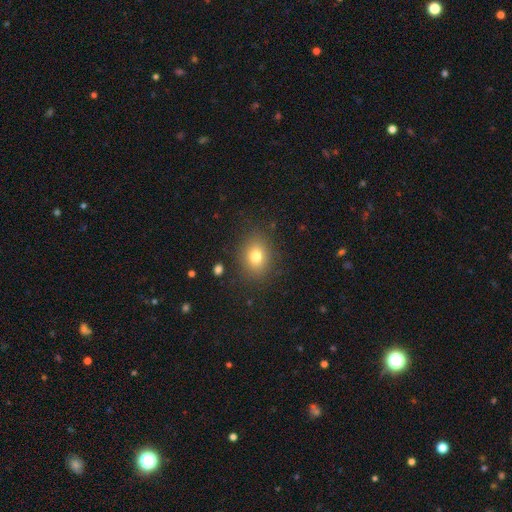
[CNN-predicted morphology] smooth-or-featured: smooth: 78% | star or artifact: 12% | featured or disk: 10%
  how-rounded: in between: 50% | round: 49% | cigar-shaped: 1%
  merging: none: 85% | minor disturbance: 10% | major disturbance: 4% | merger: 1%